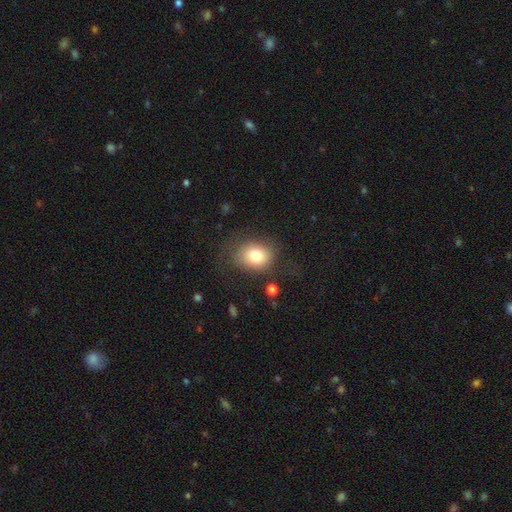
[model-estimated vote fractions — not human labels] smooth-or-featured: smooth: 79% | featured or disk: 11% | star or artifact: 10%
  how-rounded: in between: 53% | round: 46% | cigar-shaped: 1%
  merging: none: 68% | minor disturbance: 19% | major disturbance: 11% | merger: 2%